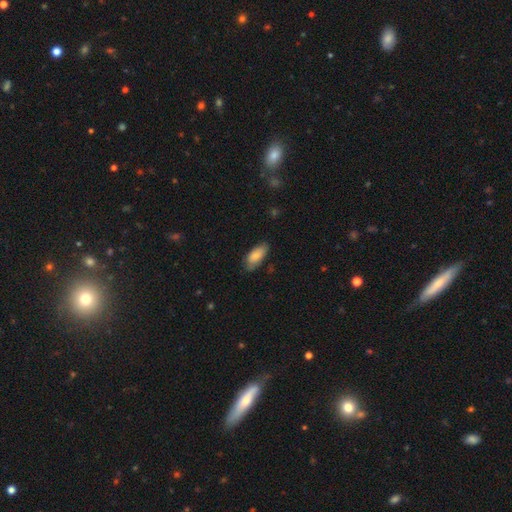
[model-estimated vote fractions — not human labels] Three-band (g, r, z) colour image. It shows a smooth galaxy with no disk features (82%) that is in between round and cigar-shaped (87%). Merging: none (73%).